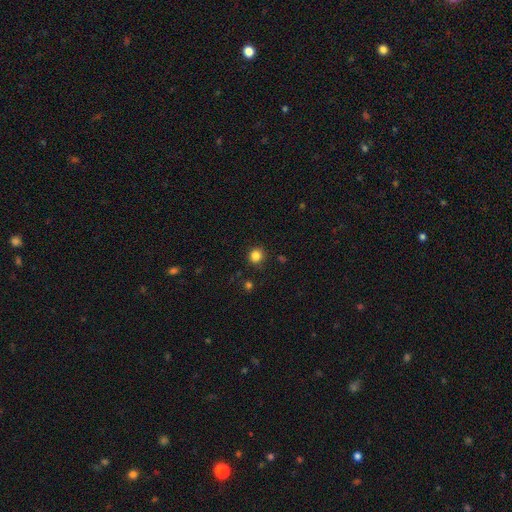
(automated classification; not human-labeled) Smooth or featured?
  - smooth: 83% *
  - star or artifact: 13%
  - featured or disk: 4%
How rounded?
  - round: 91% *
  - in between: 8%
  - cigar-shaped: 1%
Merging?
  - none: 88% *
  - minor disturbance: 8%
  - major disturbance: 2%
  - merger: 2%